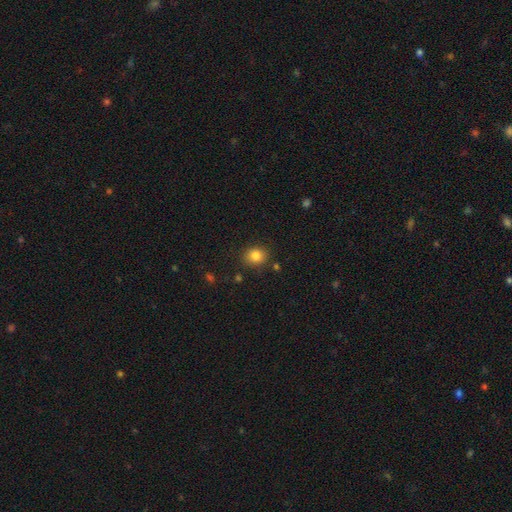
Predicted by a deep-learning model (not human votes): This appears to be a smooth galaxy with no disk features (83%) that is round (68%). Merging: none (85%).